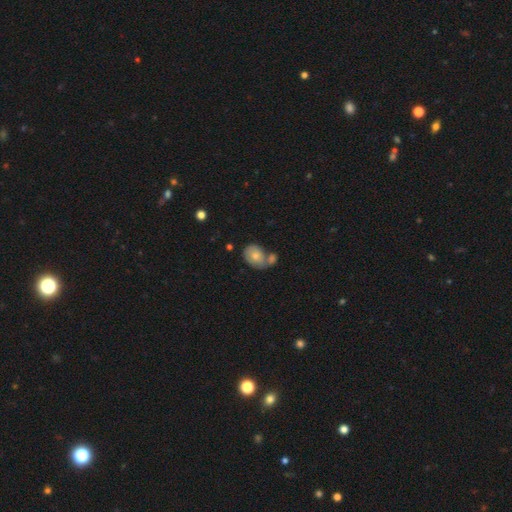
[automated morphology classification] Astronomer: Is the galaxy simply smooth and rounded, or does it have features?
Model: smooth — 71%.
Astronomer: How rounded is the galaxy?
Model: in between — 65%.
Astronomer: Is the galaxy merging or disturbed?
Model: merger — 43% (runner-up: none, 37%).